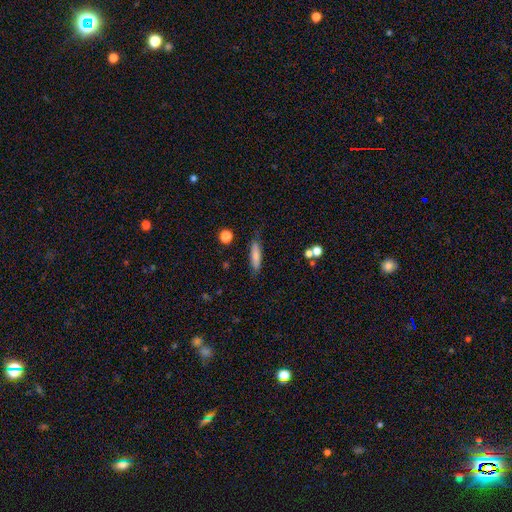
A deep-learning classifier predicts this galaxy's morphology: Smooth or featured: smooth — 76% (featured or disk — 17%)
How rounded: cigar-shaped — 76% (in between — 22%)
Merging: none — 78% (minor disturbance — 16%)